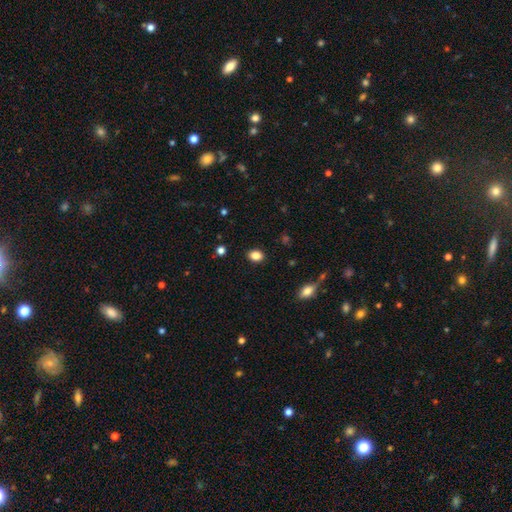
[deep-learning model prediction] smooth 85%, star or artifact 10%, featured or disk 5%. Down the decision tree: how rounded — in between (68%); merging — none (89%).